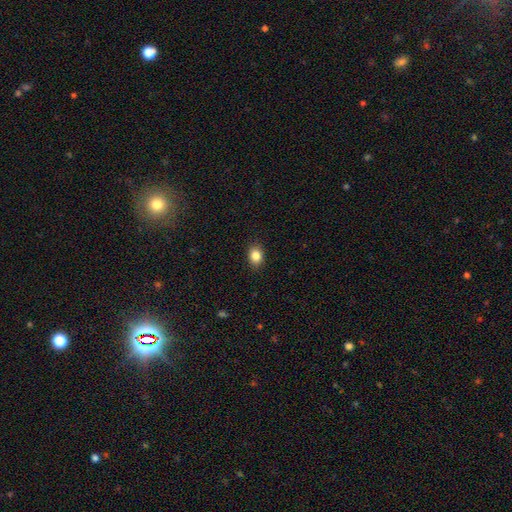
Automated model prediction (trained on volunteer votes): This is clearly a smooth galaxy (85%). How rounded: possibly in between (59%). Merging: clearly none (88%).